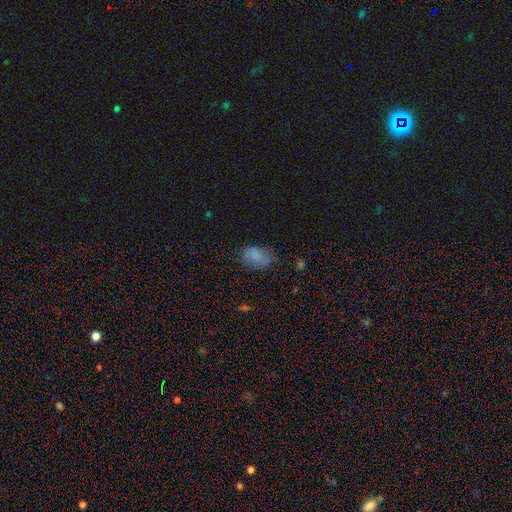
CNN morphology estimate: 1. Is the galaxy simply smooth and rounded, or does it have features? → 73% smooth, 14% star or artifact, 13% featured or disk.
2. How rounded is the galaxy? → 87% in between, 12% round, 2% cigar-shaped.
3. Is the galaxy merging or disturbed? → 62% none, 24% minor disturbance, 11% major disturbance, 2% merger.